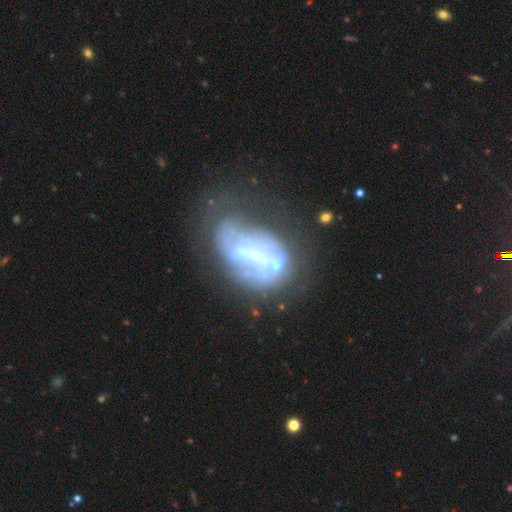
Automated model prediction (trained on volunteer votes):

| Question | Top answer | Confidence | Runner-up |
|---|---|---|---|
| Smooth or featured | featured or disk | 67% | smooth (20%) |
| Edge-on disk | no | 92% | yes (8%) |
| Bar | strong | 48% | no (30%) |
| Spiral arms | no | 75% | yes (25%) |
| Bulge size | none | 44% | moderate (24%) |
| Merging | major disturbance | 34% | none (31%) |